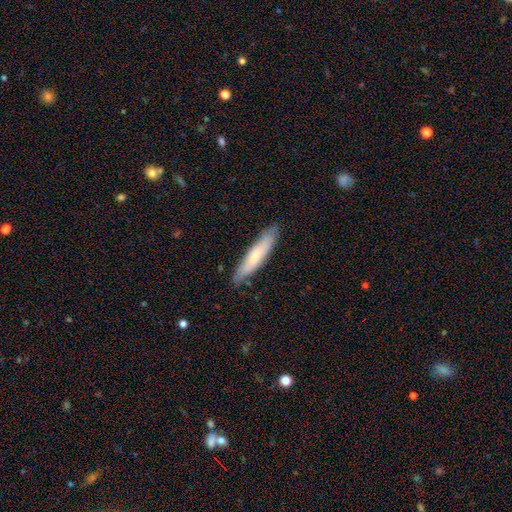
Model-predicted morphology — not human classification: The model was most divided on "smooth or featured": smooth: 65%, featured or disk: 30%, star or artifact: 6%. More confident: how rounded — cigar-shaped (86%); merging — none (85%).